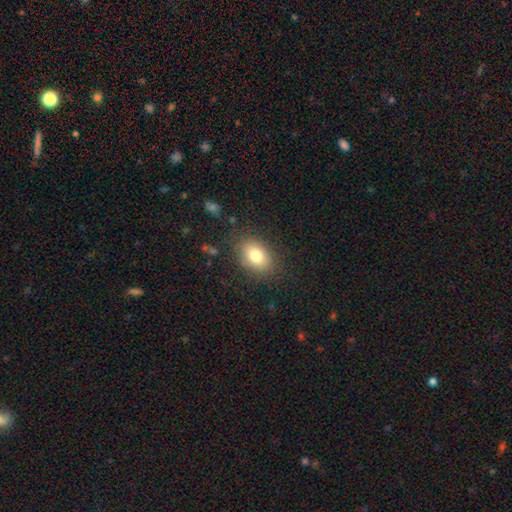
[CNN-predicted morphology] A smooth galaxy with no disk features (79%) that is in between round and cigar-shaped (75%).

Vote fractions:
- Smooth or featured? smooth: 79% / featured or disk: 11% / star or artifact: 9%
- How rounded? in between: 75% / round: 23% / cigar-shaped: 1%
- Merging? none: 83% / minor disturbance: 11% / major disturbance: 4% / merger: 1%